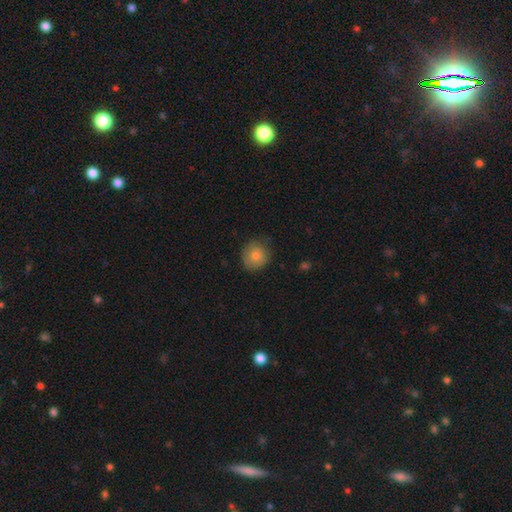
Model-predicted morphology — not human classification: Smooth or featured? Predicted: smooth (p=0.79). How rounded? Predicted: round (p=0.89). Merging? Predicted: none (p=0.73).